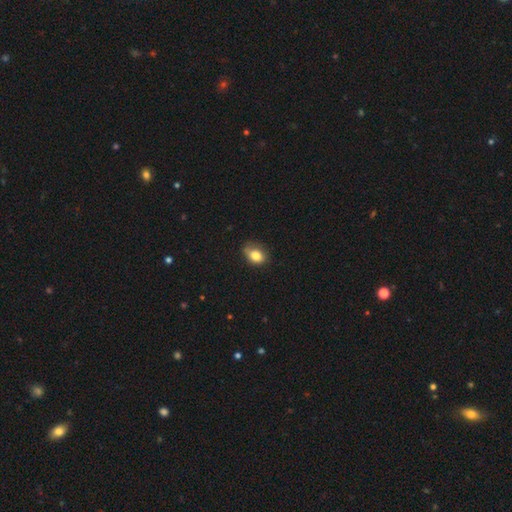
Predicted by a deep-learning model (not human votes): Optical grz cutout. It shows a smooth galaxy with no disk features (81%) that is in between round and cigar-shaped (71%). Merging: none (61%).